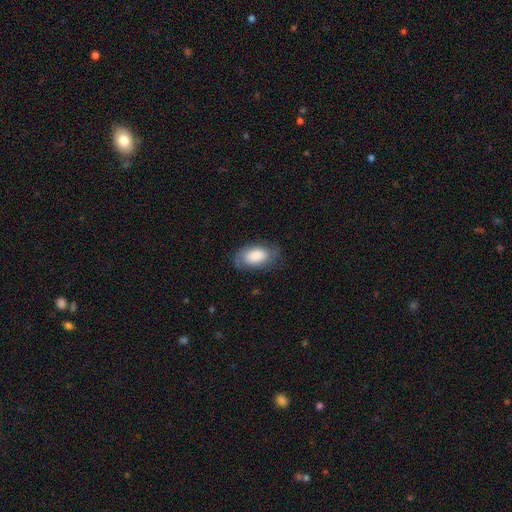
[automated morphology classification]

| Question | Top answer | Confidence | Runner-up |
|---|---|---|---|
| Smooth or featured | smooth | 75% | featured or disk (18%) |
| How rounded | in between | 94% | round (4%) |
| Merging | none | 71% | minor disturbance (21%) |